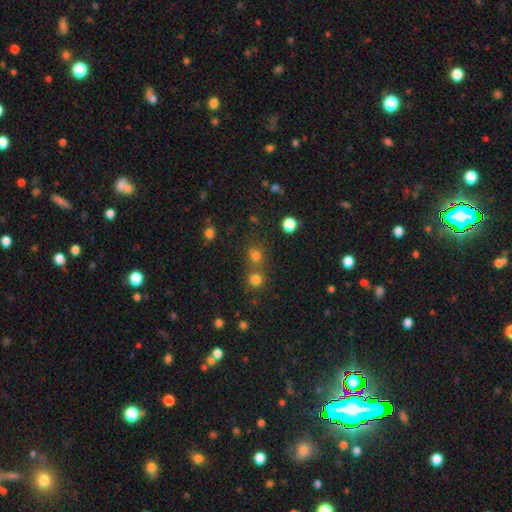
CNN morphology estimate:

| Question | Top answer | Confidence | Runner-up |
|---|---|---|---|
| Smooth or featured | smooth | 72% | star or artifact (21%) |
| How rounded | round | 80% | in between (19%) |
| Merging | none | 56% | merger (32%) |